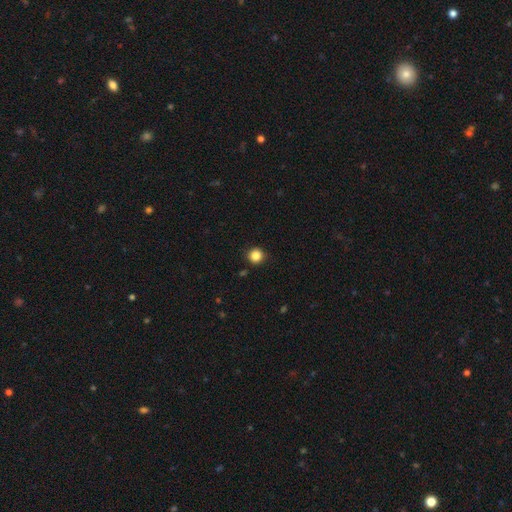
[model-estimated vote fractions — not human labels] smooth-or-featured: smooth: 85% | star or artifact: 11% | featured or disk: 4%
  how-rounded: round: 93% | in between: 6% | cigar-shaped: 1%
  merging: none: 90% | minor disturbance: 7% | major disturbance: 2% | merger: 1%